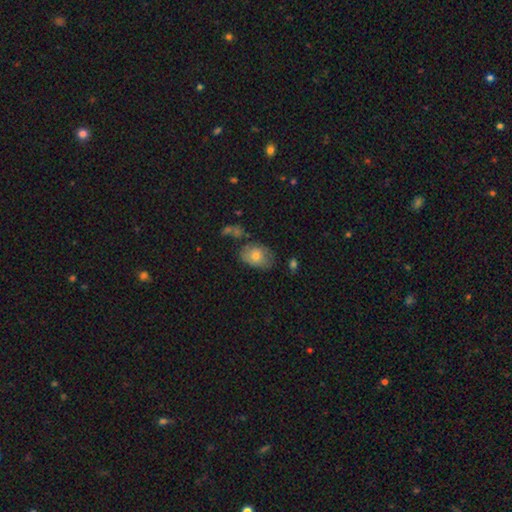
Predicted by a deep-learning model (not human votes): This appears to be a smooth galaxy with no disk features (70%) that is in between round and cigar-shaped (75%). Merging: none (58%).